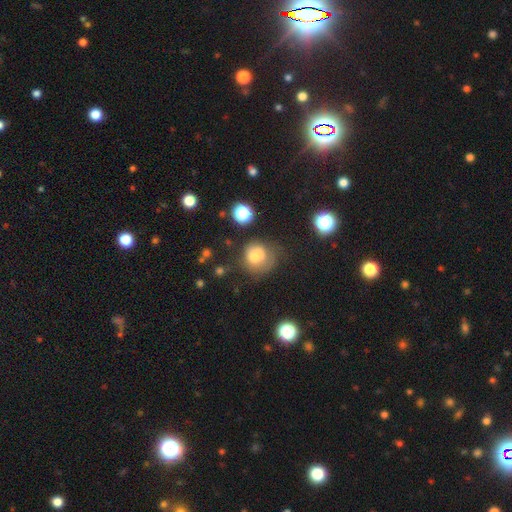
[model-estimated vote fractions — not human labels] smooth-or-featured: smooth: 64% | featured or disk: 22% | star or artifact: 14%
  how-rounded: round: 76% | in between: 23% | cigar-shaped: 1%
  merging: merger: 36% | none: 35% | minor disturbance: 17% | major disturbance: 12%